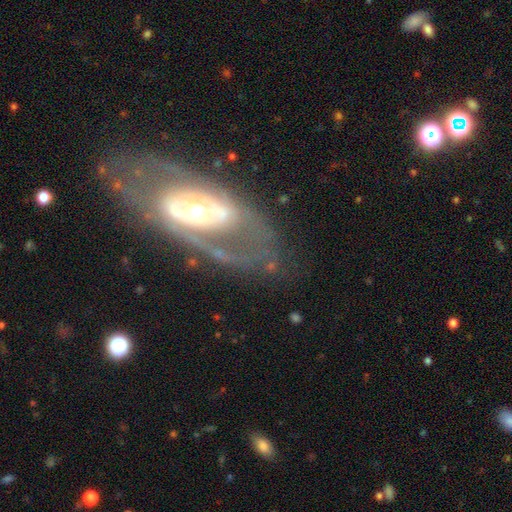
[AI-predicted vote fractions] A featured or disk galaxy (76%) with no bar (55%), spiral arms (51%) and a moderate central bulge (52%).

Vote fractions:
- Smooth or featured? featured or disk: 76% / smooth: 17% / star or artifact: 7%
- Edge-on disk? no: 89% / yes: 11%
- Bar? no: 55% / weak: 26% / strong: 19%
- Spiral arms? yes: 51% / no: 49%
- Bulge size? moderate: 52% / small: 33% / large: 12% / dominant: 2% / none: 1%
- Merging? none: 71% / minor disturbance: 14% / major disturbance: 13% / merger: 2%